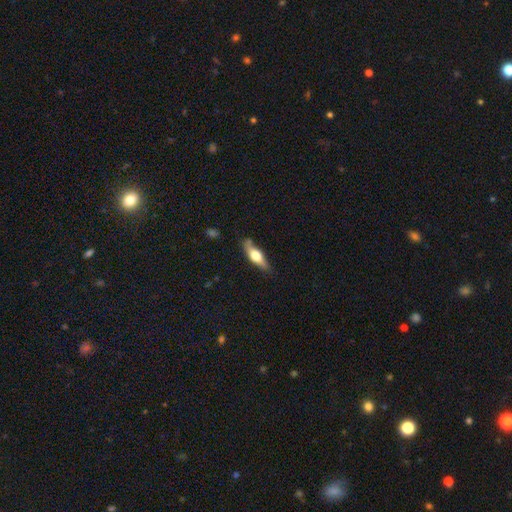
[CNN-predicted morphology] The model was most divided on "how rounded": cigar-shaped: 49%, in between: 48%, round: 3%. More confident: merging — none (71%); smooth or featured — smooth (51%).